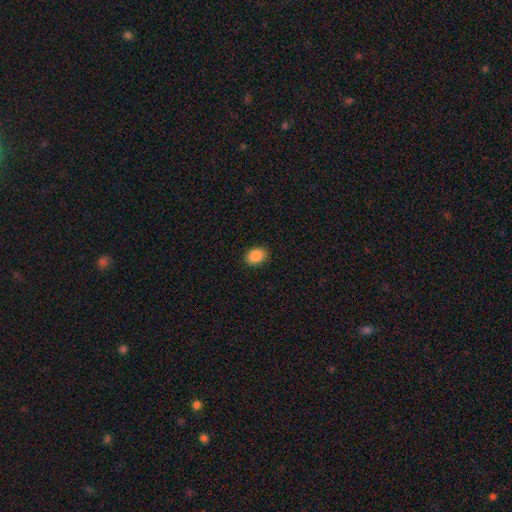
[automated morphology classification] smooth_or_featured: smooth (p=0.89) [alt: star or artifact p=0.08]
how_rounded: in between (p=0.73) [alt: round p=0.26]
merging: none (p=0.90) [alt: minor disturbance p=0.07]